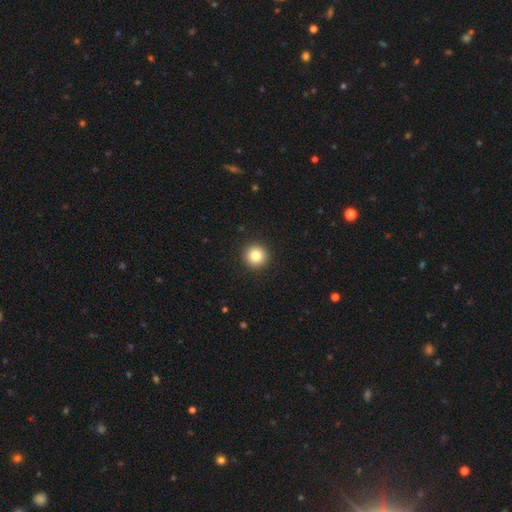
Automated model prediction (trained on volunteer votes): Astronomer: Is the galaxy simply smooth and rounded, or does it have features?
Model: smooth — 83%.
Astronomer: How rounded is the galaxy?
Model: round — 96%.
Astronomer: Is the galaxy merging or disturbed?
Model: none — 93%.